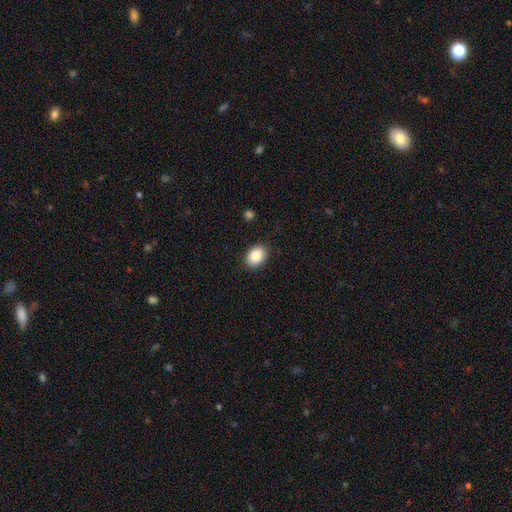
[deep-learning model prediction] The model was most divided on "how rounded": in between: 63%, round: 36%, cigar-shaped: 1%. More confident: merging — none (89%); smooth or featured — smooth (86%).